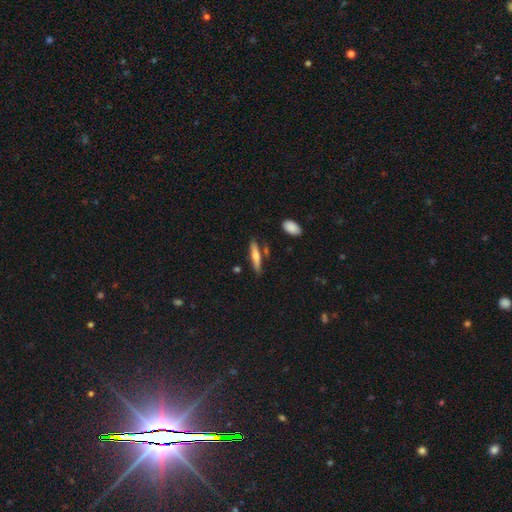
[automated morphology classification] A smooth galaxy with no disk features (60%) that is cigar-shaped (83%). Merging: none (80%).